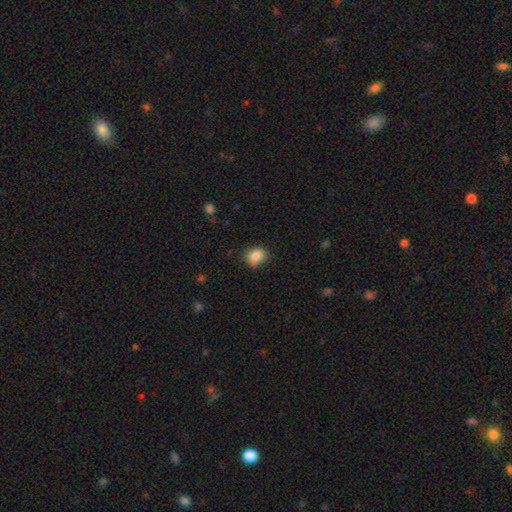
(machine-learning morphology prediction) This is clearly a smooth galaxy (85%). How rounded: possibly round (51%). Merging: likely none (73%).